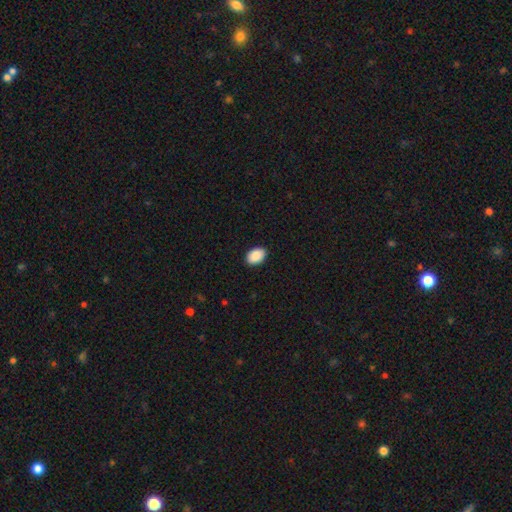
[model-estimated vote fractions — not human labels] Smooth or featured?
  - smooth: 90% *
  - star or artifact: 7%
  - featured or disk: 3%
How rounded?
  - in between: 87% *
  - round: 12%
  - cigar-shaped: 1%
Merging?
  - none: 91% *
  - minor disturbance: 7%
  - major disturbance: 2%
  - merger: 1%